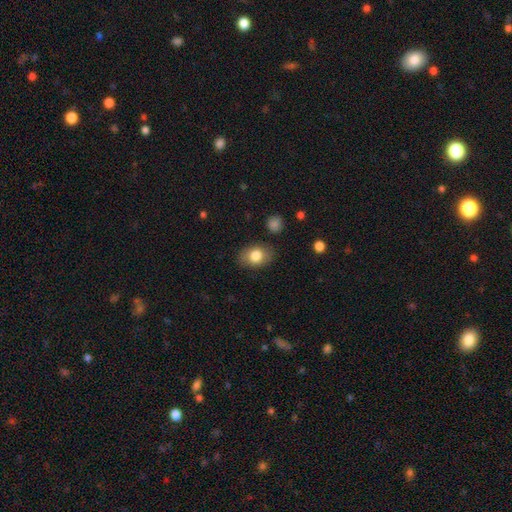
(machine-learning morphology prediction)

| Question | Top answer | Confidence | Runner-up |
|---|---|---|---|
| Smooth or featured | smooth | 80% | featured or disk (13%) |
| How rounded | in between | 78% | round (21%) |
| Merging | none | 83% | minor disturbance (12%) |